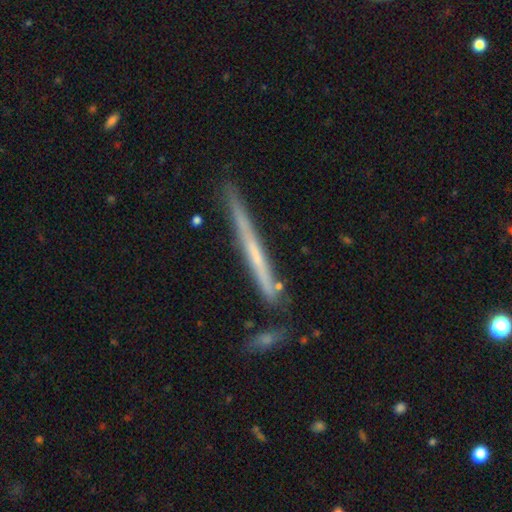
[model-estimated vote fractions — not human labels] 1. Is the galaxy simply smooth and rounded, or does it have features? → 57% featured or disk, 37% smooth, 6% star or artifact.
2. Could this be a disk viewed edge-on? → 96% yes, 4% no.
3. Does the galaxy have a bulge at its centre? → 84% none, 11% rounded, 5% boxy.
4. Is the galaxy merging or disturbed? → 78% none, 15% minor disturbance, 5% merger, 3% major disturbance.